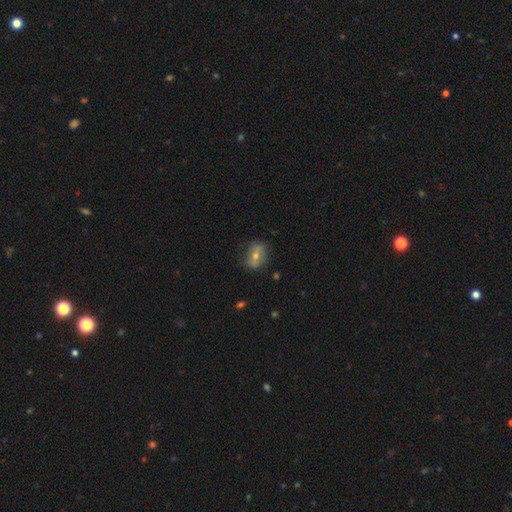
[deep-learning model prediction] smooth 44%, featured or disk 43%, star or artifact 13%. Down the decision tree: merging — none (72%).